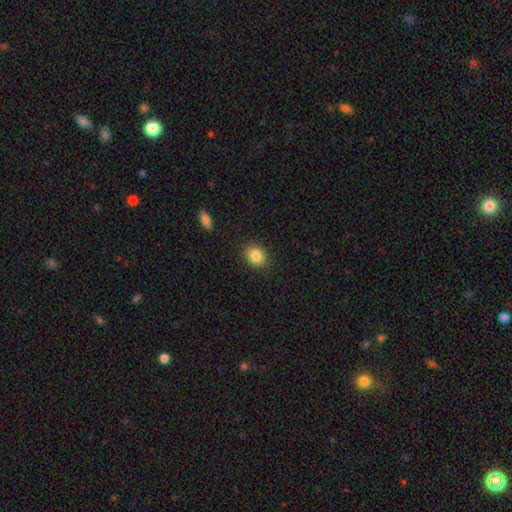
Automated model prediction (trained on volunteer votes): smooth-or-featured: smooth: 85% | star or artifact: 9% | featured or disk: 6%
  how-rounded: round: 58% | in between: 41% | cigar-shaped: 1%
  merging: none: 88% | minor disturbance: 9% | major disturbance: 2% | merger: 1%